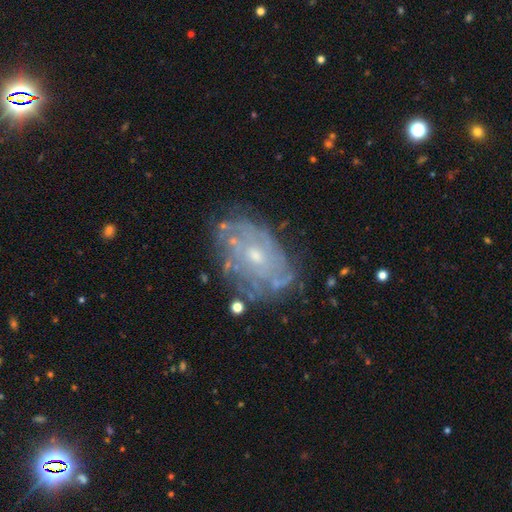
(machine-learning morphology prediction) Smooth or featured?
  - featured or disk: 77% *
  - smooth: 15%
  - star or artifact: 8%
Edge-on disk?
  - no: 96% *
  - yes: 4%
Bar?
  - no: 76% *
  - weak: 21%
  - strong: 3%
Spiral arms?
  - yes: 75% *
  - no: 25%
Spiral winding?
  - tight: 61% *
  - medium: 27%
  - loose: 11%
Spiral arm count?
  - can't tell: 60% *
  - 4: 10%
  - 2: 10%
  - 3: 9%
  - more than 4: 7%
  - 1: 4%
Bulge size?
  - small: 58% *
  - moderate: 37%
  - none: 2%
  - large: 1%
  - dominant: 1%
Merging?
  - none: 67% *
  - minor disturbance: 21%
  - major disturbance: 9%
  - merger: 3%